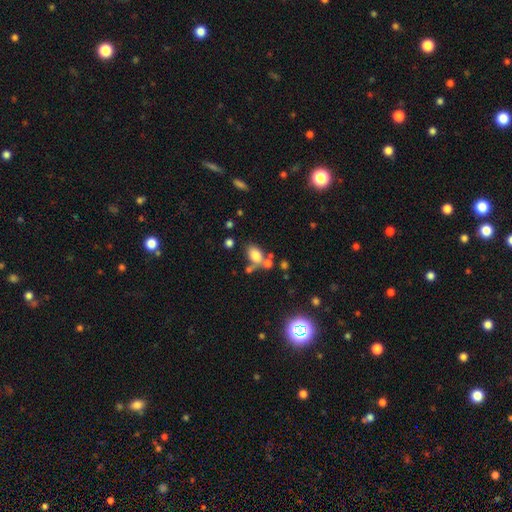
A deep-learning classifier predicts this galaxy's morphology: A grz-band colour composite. It shows a smooth galaxy with no disk features (77%) that is in between round and cigar-shaped (79%). Merging: none (46%).